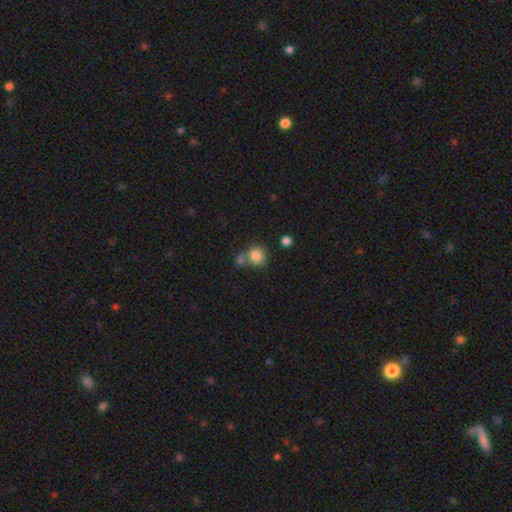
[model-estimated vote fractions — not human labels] smooth 83%, star or artifact 10%, featured or disk 7%. Down the decision tree: how rounded — round (85%); merging — none (52%).